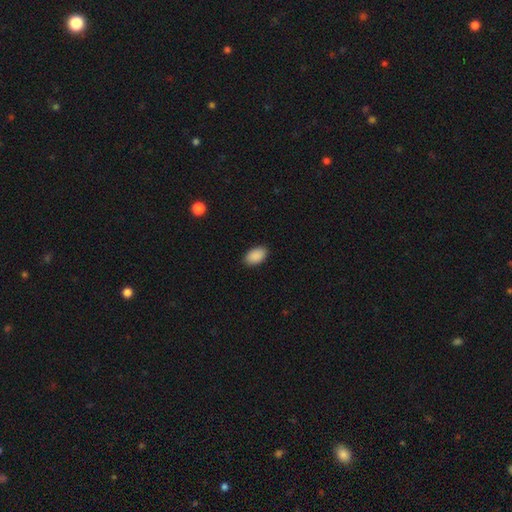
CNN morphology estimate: Q: Smooth or featured?
A: smooth (90%); runner-up: star or artifact (7%)
Q: How rounded?
A: in between (93%); runner-up: round (5%)
Q: Merging?
A: none (88%); runner-up: minor disturbance (9%)